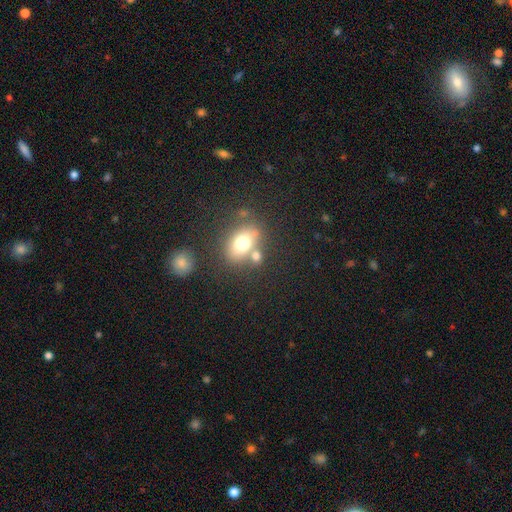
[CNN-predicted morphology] The model was most divided on "how rounded": in between: 61%, round: 37%, cigar-shaped: 2%. More confident: smooth or featured — smooth (69%); merging — none (57%).